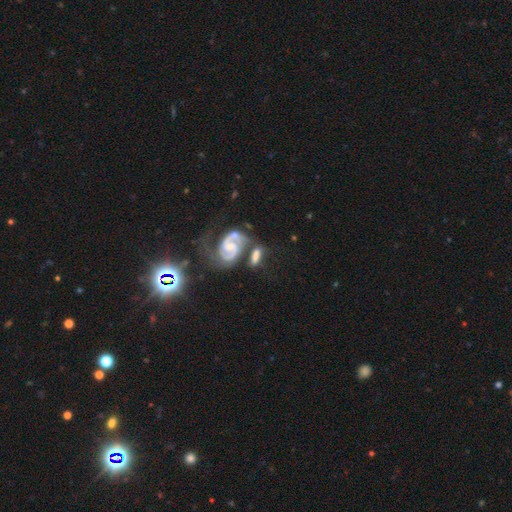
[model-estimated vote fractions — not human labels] Smooth or featured? featured or disk (65%)
Edge-on disk? no (92%)
Bar? weak (43%)
Spiral arms? yes (92%)
Spiral winding? medium (48%)
Spiral arm count? 2 (89%)
Bulge size? small (54%)
Merging? none (43%)